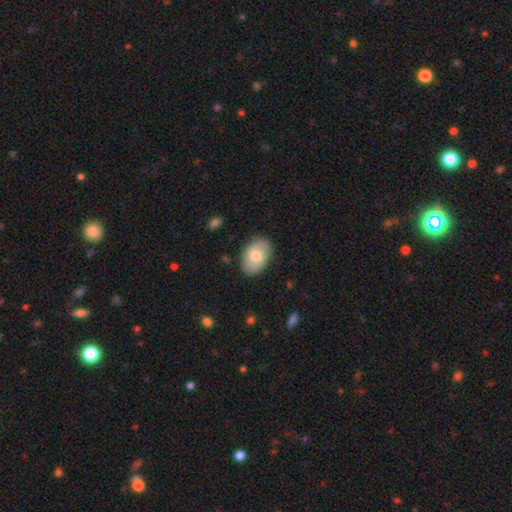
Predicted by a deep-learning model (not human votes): The model was most divided on "smooth or featured": smooth: 67%, featured or disk: 27%, star or artifact: 6%. More confident: how rounded — in between (88%); merging — none (83%).